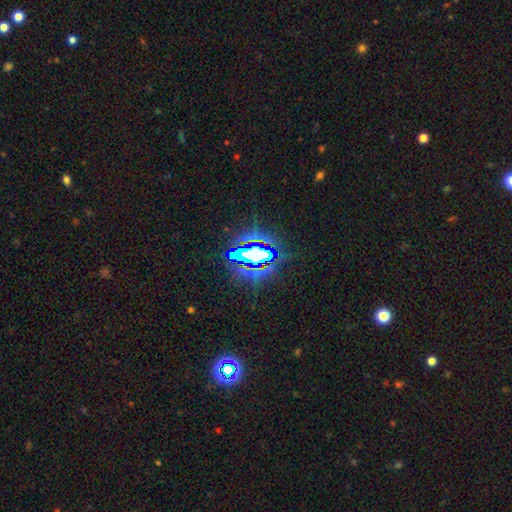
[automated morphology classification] Smooth or featured?
  - star or artifact: 71% *
  - featured or disk: 15%
  - smooth: 14%